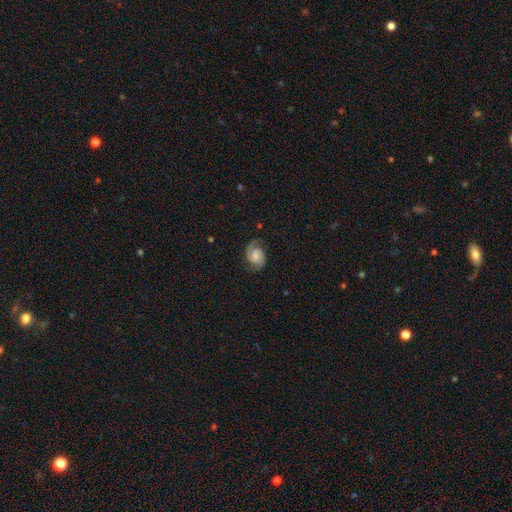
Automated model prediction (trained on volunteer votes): A featured or disk galaxy (81%) with no bar (62%), 2 (90%) medium (49%) spiral arms (97%) and a moderate central bulge (33%).

Vote fractions:
- Smooth or featured? featured or disk: 81% / smooth: 13% / star or artifact: 7%
- Edge-on disk? no: 98% / yes: 2%
- Bar? no: 62% / weak: 32% / strong: 6%
- Spiral arms? yes: 97% / no: 3%
- Spiral winding? medium: 49% / tight: 31% / loose: 20%
- Spiral arm count? 2: 90% / 1: 4% / can't tell: 3% / 3: 1% / 4: 1% / more than 4: 1%
- Bulge size? moderate: 33% / small: 31% / none: 20% / large: 13% / dominant: 3%
- Merging? none: 76% / minor disturbance: 16% / major disturbance: 7% / merger: 1%